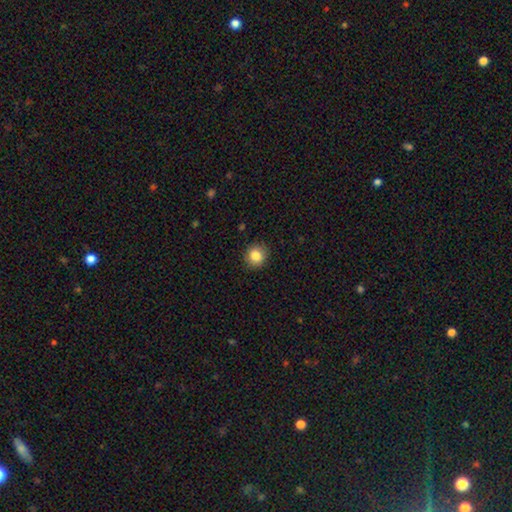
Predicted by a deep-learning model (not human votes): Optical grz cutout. It shows a smooth galaxy with no disk features (85%) that is round (85%). Merging: none (89%).